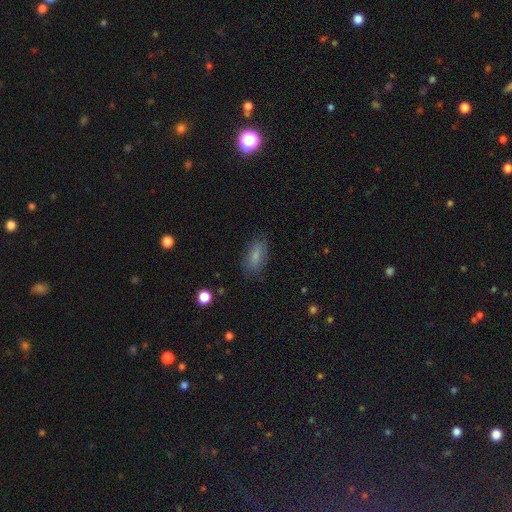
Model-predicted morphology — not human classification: smooth 77%, featured or disk 14%, star or artifact 9%. Down the decision tree: how rounded — in between (82%); merging — none (78%).